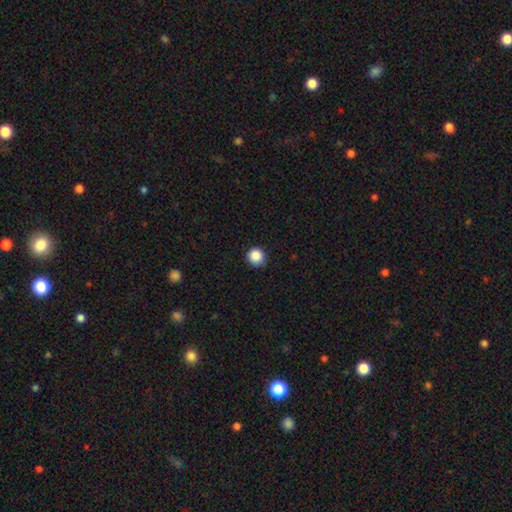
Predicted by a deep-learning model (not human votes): Smooth or featured?
  - smooth: 87% *
  - star or artifact: 10%
  - featured or disk: 3%
How rounded?
  - round: 93% *
  - in between: 6%
  - cigar-shaped: 1%
Merging?
  - none: 85% *
  - minor disturbance: 12%
  - major disturbance: 2%
  - merger: 1%